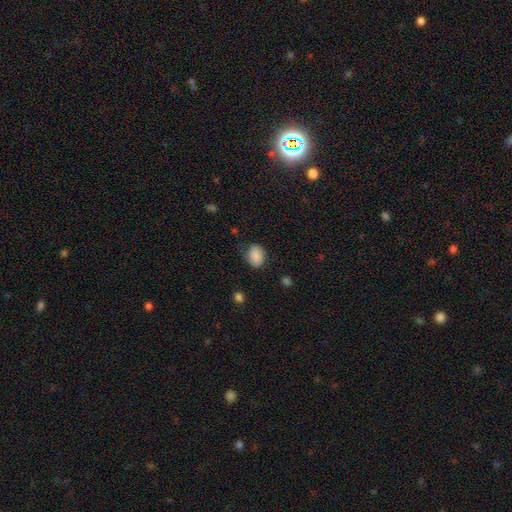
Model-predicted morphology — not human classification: Q: Smooth or featured?
A: smooth (85%); runner-up: star or artifact (8%)
Q: How rounded?
A: in between (74%); runner-up: round (25%)
Q: Merging?
A: none (67%); runner-up: minor disturbance (24%)